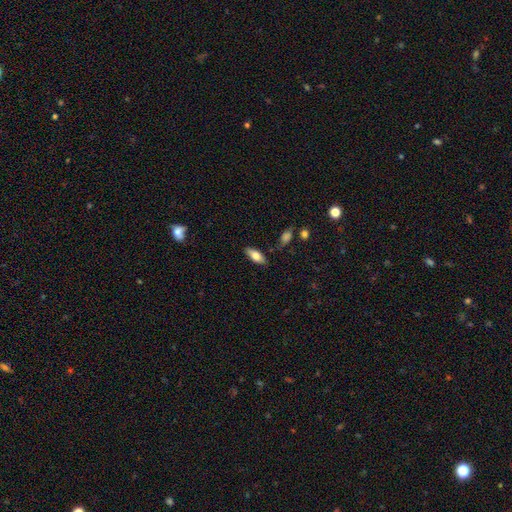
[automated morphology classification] Smooth or featured? Predicted: smooth (p=0.74). How rounded? Predicted: in between (p=0.79). Merging? Predicted: none (p=0.83).